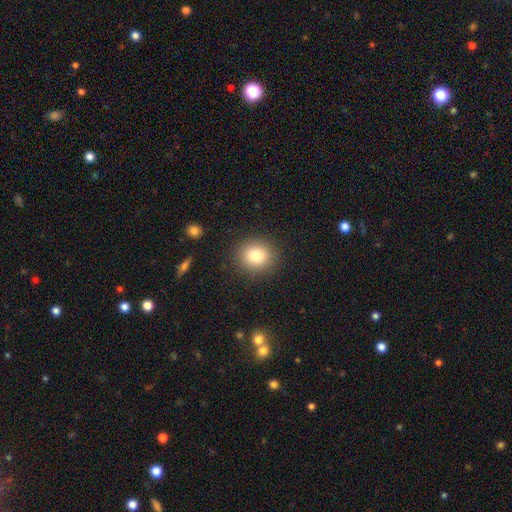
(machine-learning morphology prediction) Smooth or featured? smooth (81%)
How rounded? round (81%)
Merging? none (88%)